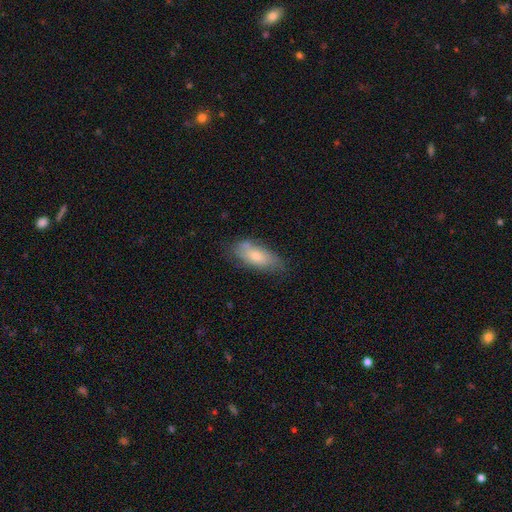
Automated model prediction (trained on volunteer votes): This is likely a smooth galaxy (69%). How rounded: clearly in between (84%). Merging: likely none (64%).